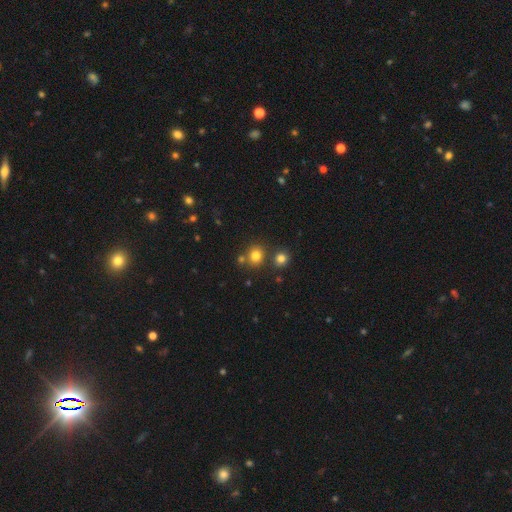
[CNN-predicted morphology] smooth 79%, star or artifact 15%, featured or disk 6%. Down the decision tree: how rounded — round (84%); merging — none (73%).